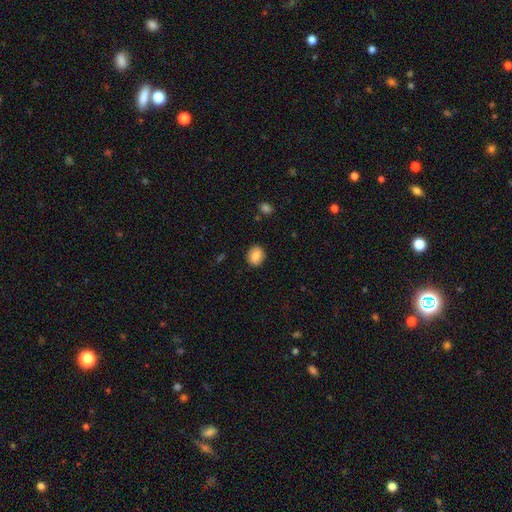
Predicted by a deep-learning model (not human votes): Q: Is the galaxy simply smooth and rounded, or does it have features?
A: smooth — 82%.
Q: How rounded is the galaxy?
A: round — 63%.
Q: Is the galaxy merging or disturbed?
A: none — 88%.